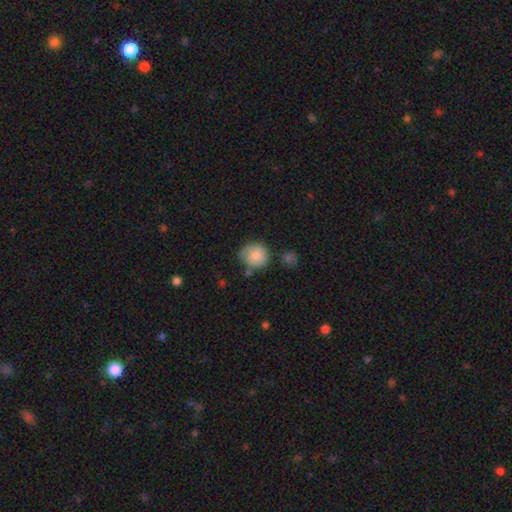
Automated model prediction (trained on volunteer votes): Smooth or featured? smooth (83%)
How rounded? round (87%)
Merging? none (61%)